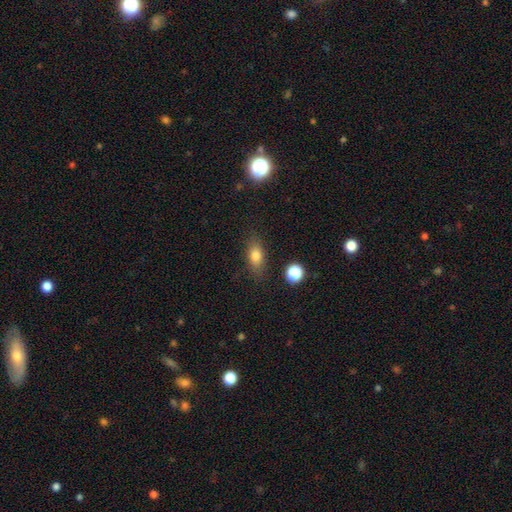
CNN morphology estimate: Smooth or featured?
  - smooth: 77% *
  - featured or disk: 13%
  - star or artifact: 10%
How rounded?
  - in between: 74% *
  - cigar-shaped: 15%
  - round: 11%
Merging?
  - none: 82% *
  - minor disturbance: 12%
  - major disturbance: 4%
  - merger: 2%